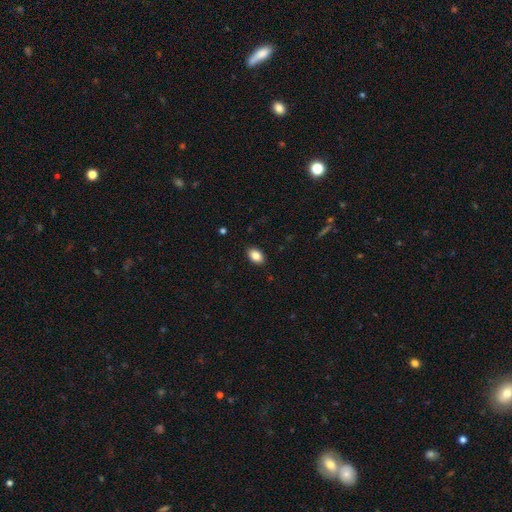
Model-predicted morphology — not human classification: smooth-or-featured: smooth: 86% | star or artifact: 8% | featured or disk: 6%
  how-rounded: in between: 89% | round: 10% | cigar-shaped: 1%
  merging: none: 89% | minor disturbance: 8% | major disturbance: 2% | merger: 1%